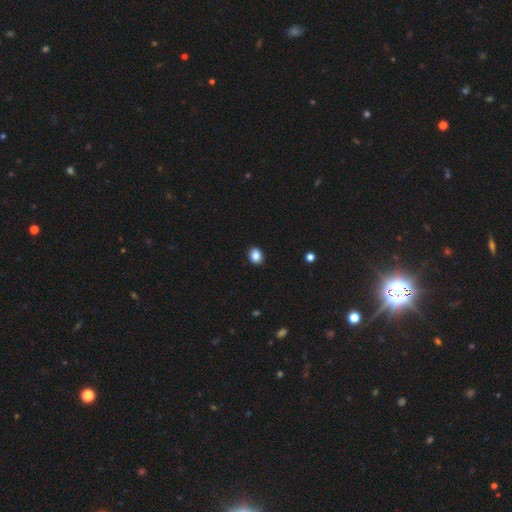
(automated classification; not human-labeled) This is clearly a smooth galaxy (87%). How rounded: likely round (63%). Merging: clearly none (92%).